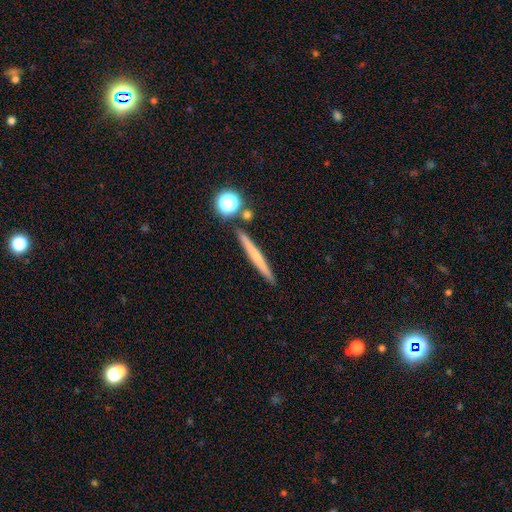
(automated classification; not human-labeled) Smooth or featured? Predicted: smooth (p=0.51). How rounded? Predicted: cigar-shaped (p=0.95). Merging? Predicted: none (p=0.88).